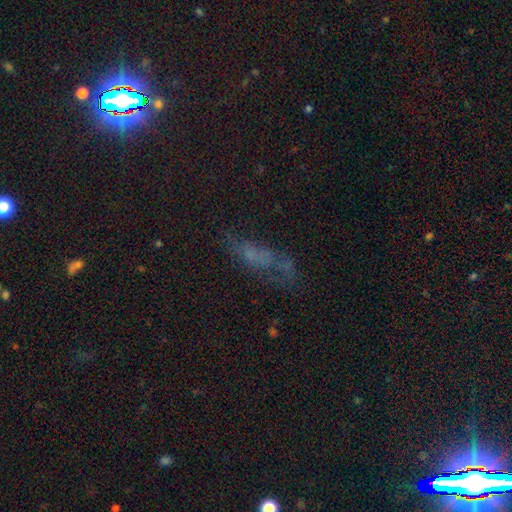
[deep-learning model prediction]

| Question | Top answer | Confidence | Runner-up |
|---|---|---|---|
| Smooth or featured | smooth | 39% | featured or disk (34%) |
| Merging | none | 42% | major disturbance (29%) |